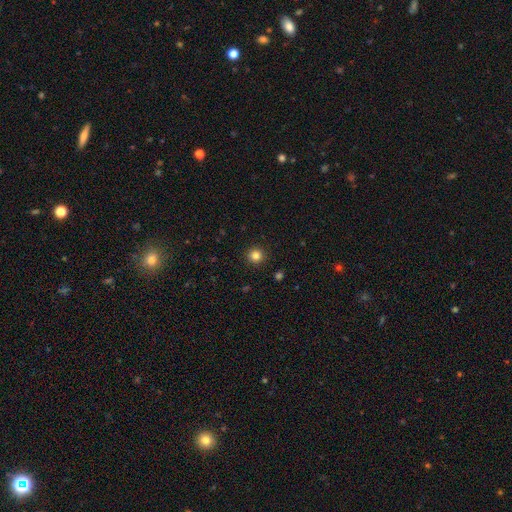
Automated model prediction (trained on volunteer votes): The model was most divided on "smooth or featured": smooth: 83%, star or artifact: 12%, featured or disk: 4%. More confident: how rounded — round (95%); merging — none (93%).